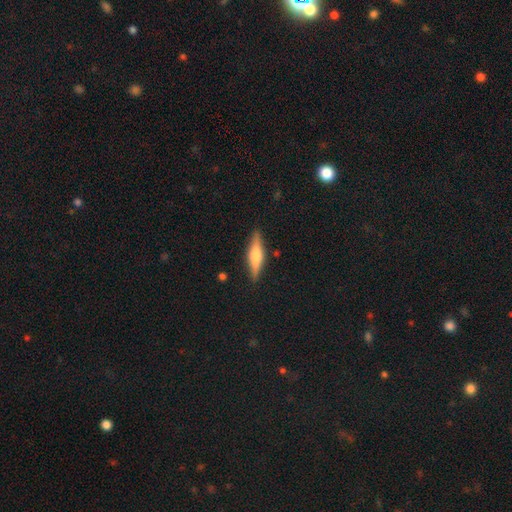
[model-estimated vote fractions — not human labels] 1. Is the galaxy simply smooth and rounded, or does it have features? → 51% featured or disk, 43% smooth, 6% star or artifact.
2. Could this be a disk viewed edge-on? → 95% yes, 5% no.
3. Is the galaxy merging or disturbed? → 88% none, 9% minor disturbance, 2% major disturbance, 1% merger.